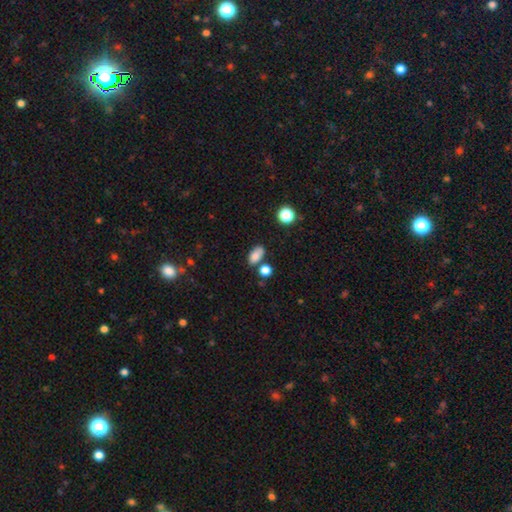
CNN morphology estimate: This appears to be a smooth galaxy with no disk features (82%) that is in between round and cigar-shaped (87%). Merging: none (66%).